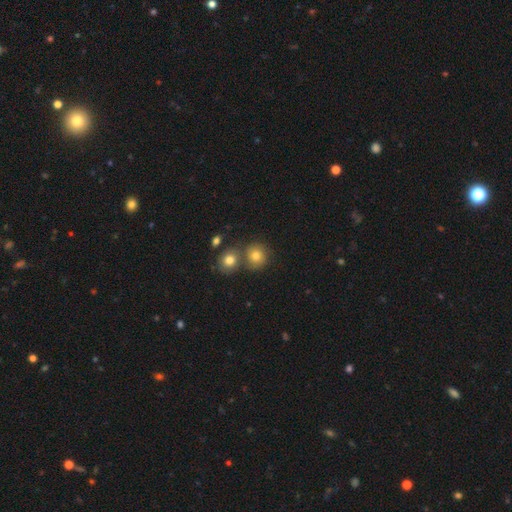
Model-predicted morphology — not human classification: smooth-or-featured: smooth: 76% | star or artifact: 12% | featured or disk: 12%
  how-rounded: round: 85% | in between: 14% | cigar-shaped: 1%
  merging: none: 58% | merger: 28% | minor disturbance: 10% | major disturbance: 4%